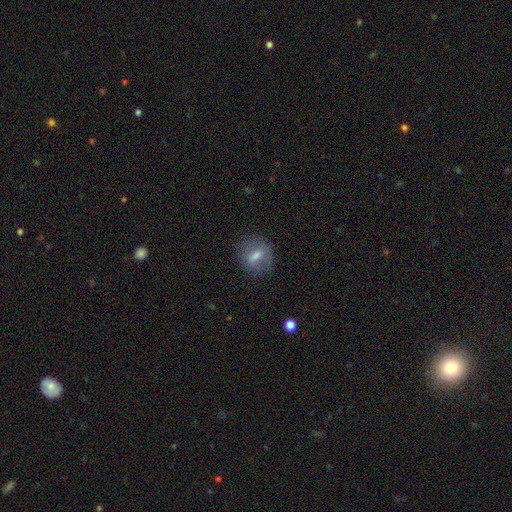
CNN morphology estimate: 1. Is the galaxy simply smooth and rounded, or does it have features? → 63% smooth, 27% featured or disk, 10% star or artifact.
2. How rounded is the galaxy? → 53% round, 41% in between, 6% cigar-shaped.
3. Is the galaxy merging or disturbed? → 78% none, 14% minor disturbance, 6% major disturbance, 2% merger.